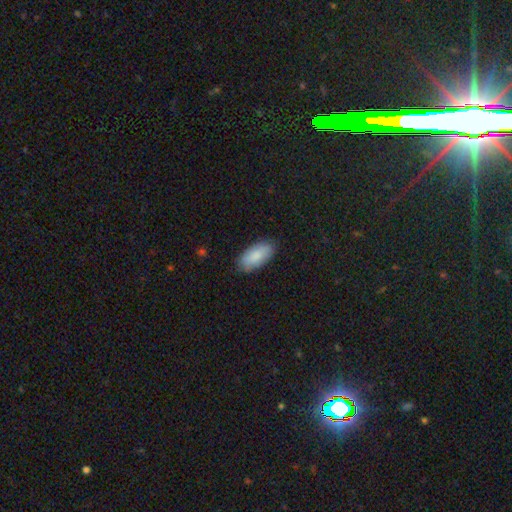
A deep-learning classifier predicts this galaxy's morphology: The model was most divided on "merging": none: 83%, minor disturbance: 13%, major disturbance: 3%, merger: 1%. More confident: how rounded — in between (91%); smooth or featured — smooth (85%).